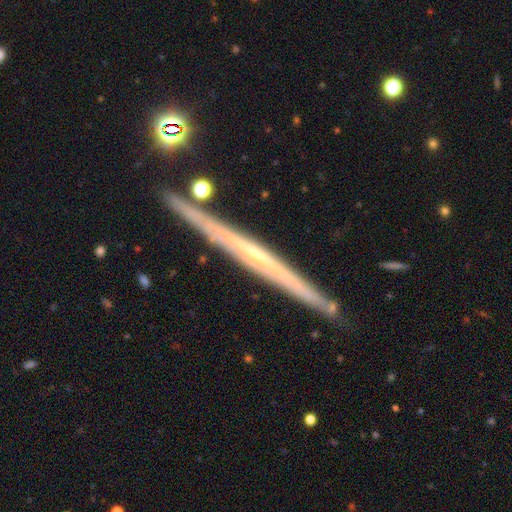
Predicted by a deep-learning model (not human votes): This appears to be a featured or disk galaxy (76%) viewed edge-on (97%) with no central bulge (67%). Merging: none (88%).